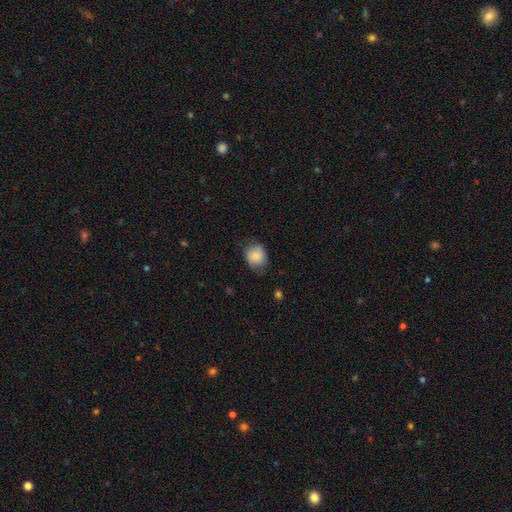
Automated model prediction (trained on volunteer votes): Smooth or featured: smooth — 78% (featured or disk — 15%)
How rounded: round — 63% (in between — 36%)
Merging: none — 65% (minor disturbance — 27%)